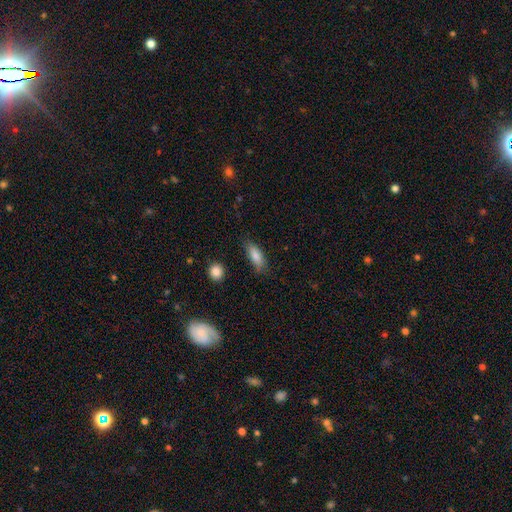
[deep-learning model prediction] Q: Smooth or featured?
A: smooth (82%); runner-up: featured or disk (11%)
Q: How rounded?
A: in between (72%); runner-up: cigar-shaped (26%)
Q: Merging?
A: none (73%); runner-up: minor disturbance (20%)